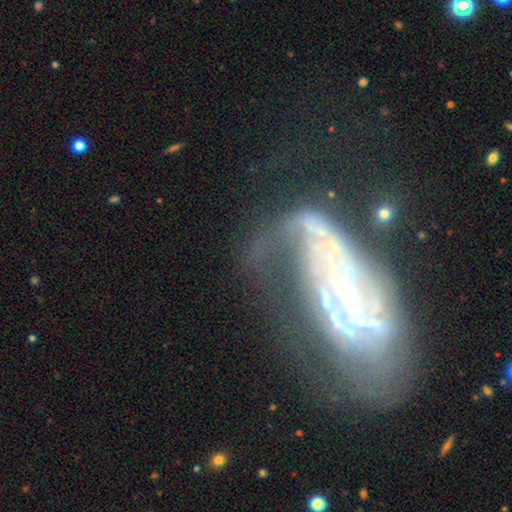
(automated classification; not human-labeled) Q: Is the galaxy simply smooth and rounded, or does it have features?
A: featured or disk — 80%.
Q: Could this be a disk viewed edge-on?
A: no — 92%.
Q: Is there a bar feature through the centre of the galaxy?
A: no — 52%.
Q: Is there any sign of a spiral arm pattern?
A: yes — 86%.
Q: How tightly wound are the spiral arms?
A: tight — 38%, tied with medium.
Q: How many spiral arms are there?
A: can't tell — 32%.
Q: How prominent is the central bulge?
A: small — 74%.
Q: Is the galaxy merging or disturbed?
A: none — 36%.